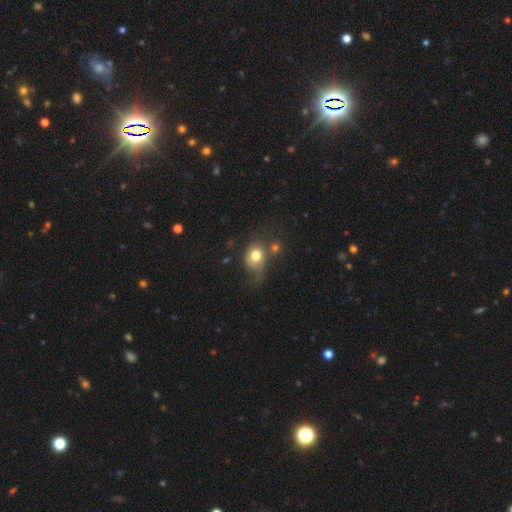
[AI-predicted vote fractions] smooth-or-featured: smooth: 74% | featured or disk: 16% | star or artifact: 10%
  how-rounded: round: 58% | in between: 41% | cigar-shaped: 1%
  merging: none: 35% | minor disturbance: 26% | major disturbance: 21% | merger: 18%